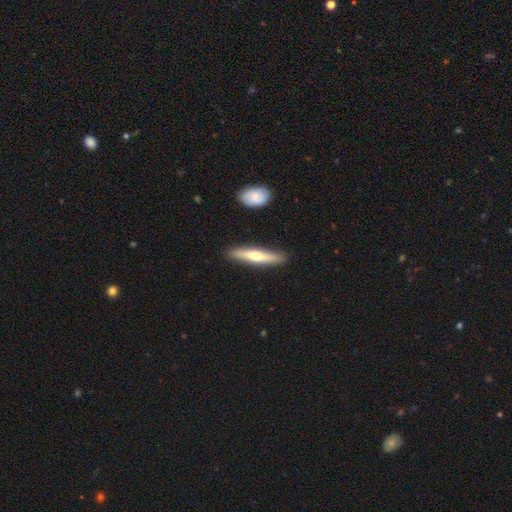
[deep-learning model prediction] Morphology: type=smooth (52%); roundness=cigar-shaped (88%); merging=none (89%).